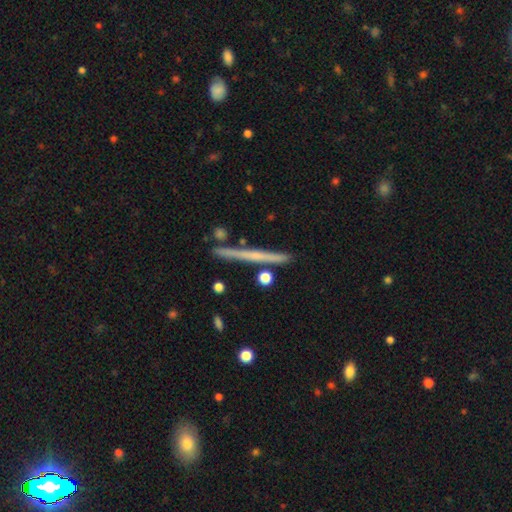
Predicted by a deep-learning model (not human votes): Morphology: type=featured or disk (58%); edge-on=yes (97%); edge-on bulge=none (74%); merging=none (88%).